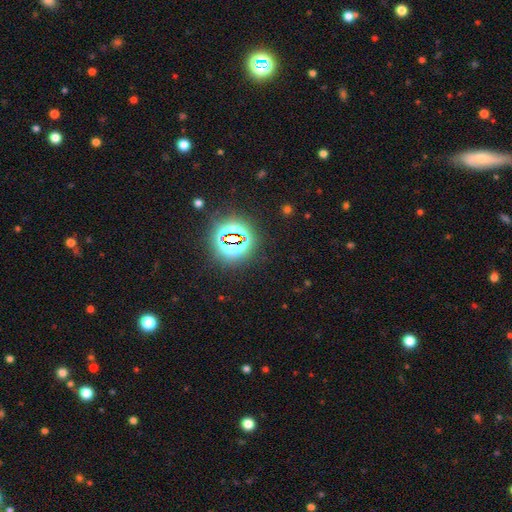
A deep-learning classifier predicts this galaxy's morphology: This is clearly a star or artifact rather than a galaxy (82%).